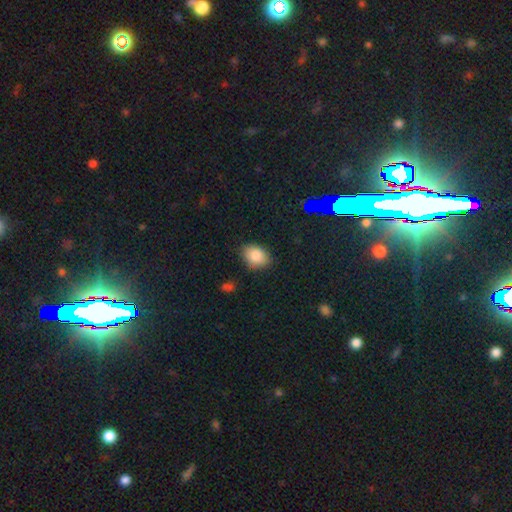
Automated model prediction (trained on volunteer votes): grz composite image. It shows a smooth galaxy with no disk features (84%) that is in between round and cigar-shaped (74%). Merging: none (82%).